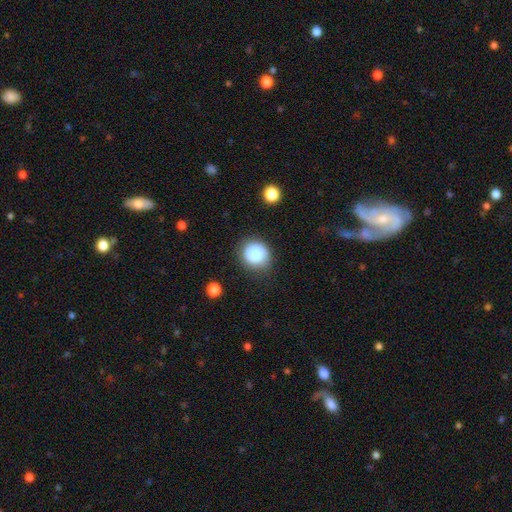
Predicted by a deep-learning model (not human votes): This is likely a smooth galaxy (78%). How rounded: clearly round (83%). Merging: likely none (77%).